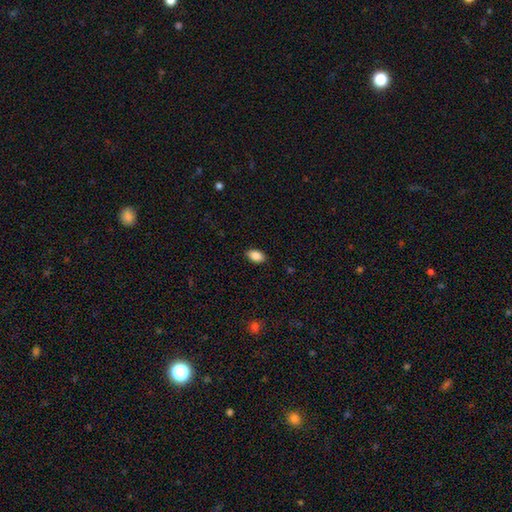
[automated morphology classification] Smooth or featured? smooth (88%)
How rounded? in between (91%)
Merging? none (88%)